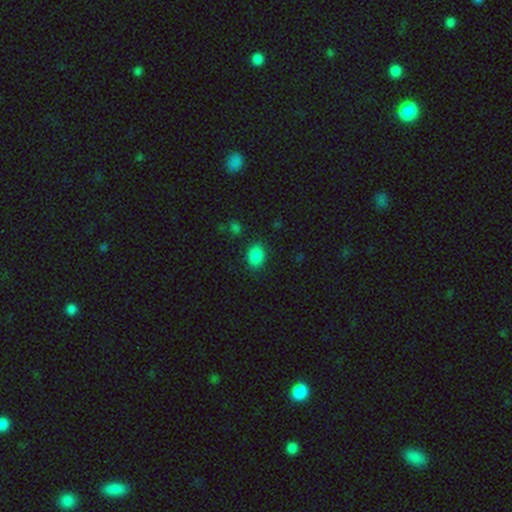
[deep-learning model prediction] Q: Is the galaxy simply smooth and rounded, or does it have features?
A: smooth — 87%.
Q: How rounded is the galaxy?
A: in between — 64%.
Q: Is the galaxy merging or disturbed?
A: none — 86%.